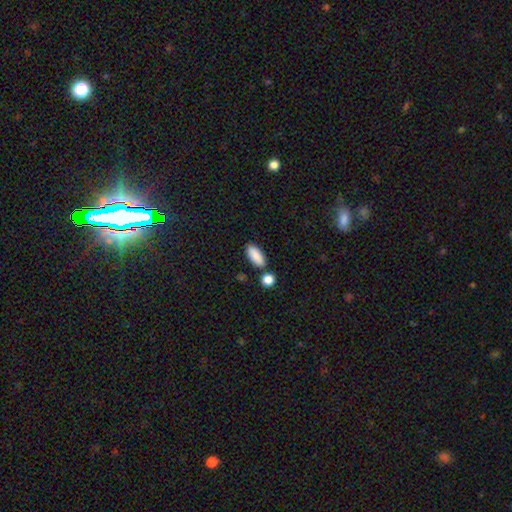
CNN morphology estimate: Smooth or featured: smooth — 89% (star or artifact — 6%)
How rounded: in between — 82% (cigar-shaped — 14%)
Merging: none — 78% (minor disturbance — 11%)